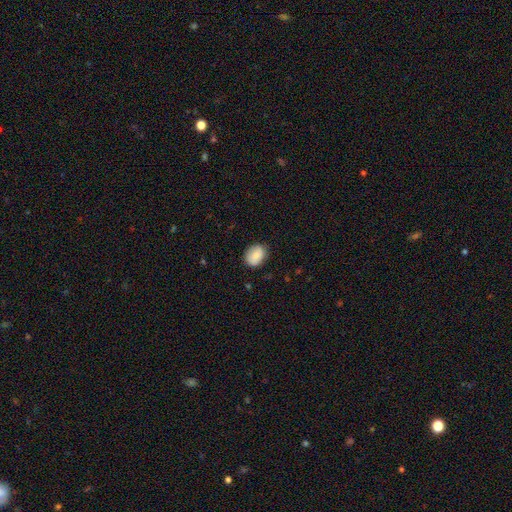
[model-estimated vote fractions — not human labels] Overall: smooth (84%). How rounded: in between (64%; round 34%). Merging: none (79%).